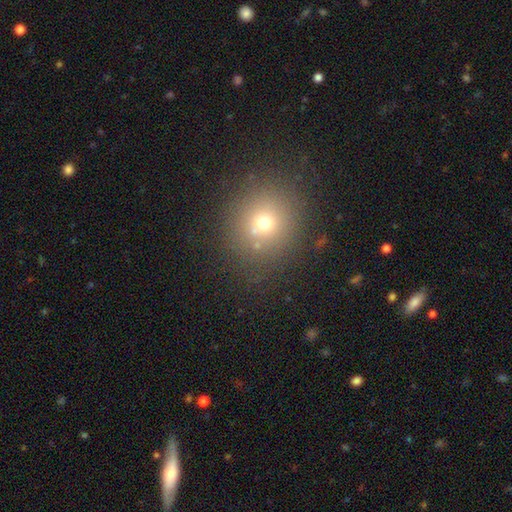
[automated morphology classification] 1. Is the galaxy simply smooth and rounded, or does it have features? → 63% smooth, 27% star or artifact, 10% featured or disk.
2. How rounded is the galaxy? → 87% round, 11% in between, 1% cigar-shaped.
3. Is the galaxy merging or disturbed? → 90% none, 6% minor disturbance, 2% major disturbance, 1% merger.